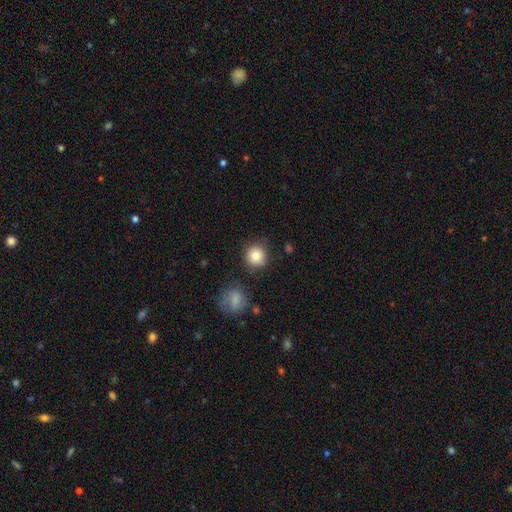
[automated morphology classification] type=smooth (83%); roundness=round (88%); merging=none (79%).